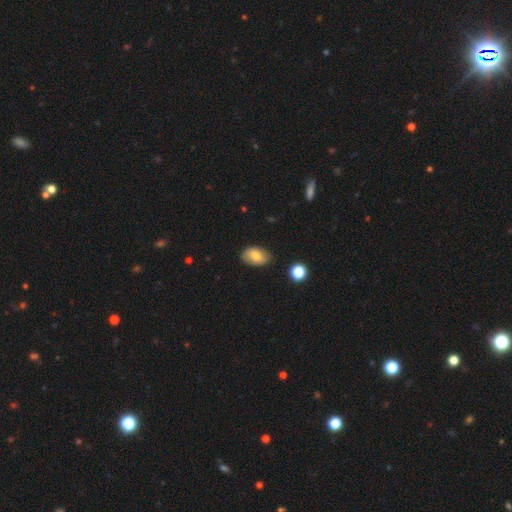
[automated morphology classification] Smooth or featured?
  - smooth: 76% *
  - featured or disk: 16%
  - star or artifact: 8%
How rounded?
  - in between: 90% *
  - round: 9%
  - cigar-shaped: 1%
Merging?
  - none: 80% *
  - minor disturbance: 16%
  - major disturbance: 3%
  - merger: 2%